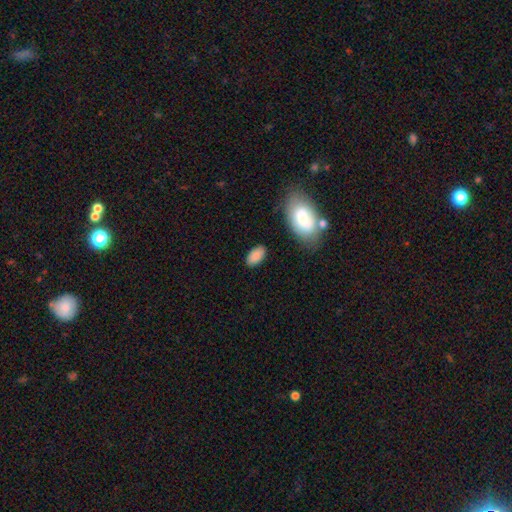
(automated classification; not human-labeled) This appears to be a smooth galaxy with no disk features (87%) that is in between round and cigar-shaped (94%). Merging: none (83%).